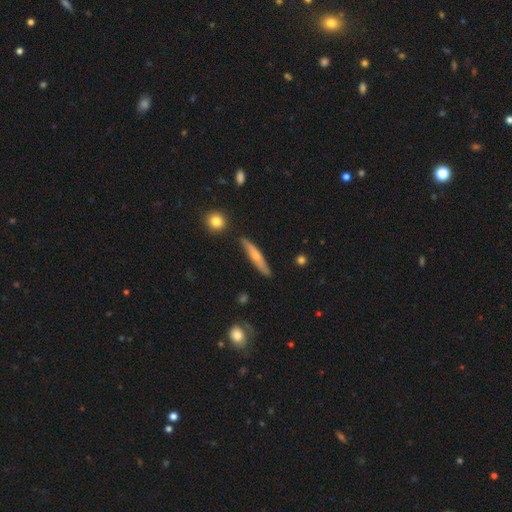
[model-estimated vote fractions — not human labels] A smooth galaxy with no disk features (51%) that is cigar-shaped (88%).

Vote fractions:
- Smooth or featured? smooth: 51% / featured or disk: 43% / star or artifact: 6%
- How rounded? cigar-shaped: 88% / in between: 10% / round: 2%
- Merging? none: 82% / minor disturbance: 13% / merger: 2% / major disturbance: 2%